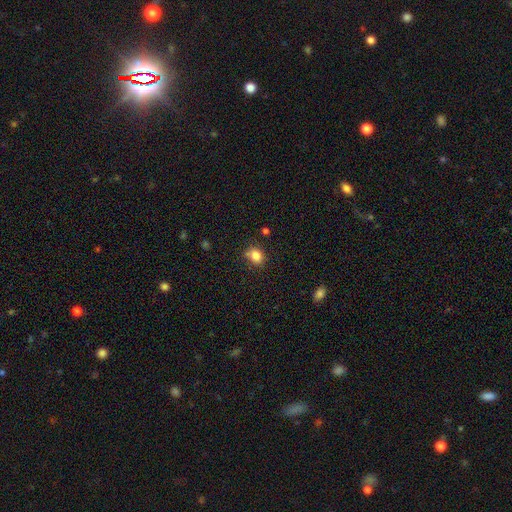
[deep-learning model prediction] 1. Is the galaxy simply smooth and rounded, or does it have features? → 83% smooth, 11% star or artifact, 7% featured or disk.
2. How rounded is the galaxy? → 50% in between, 49% round, 1% cigar-shaped.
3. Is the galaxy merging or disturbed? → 71% none, 19% minor disturbance, 6% merger, 4% major disturbance.